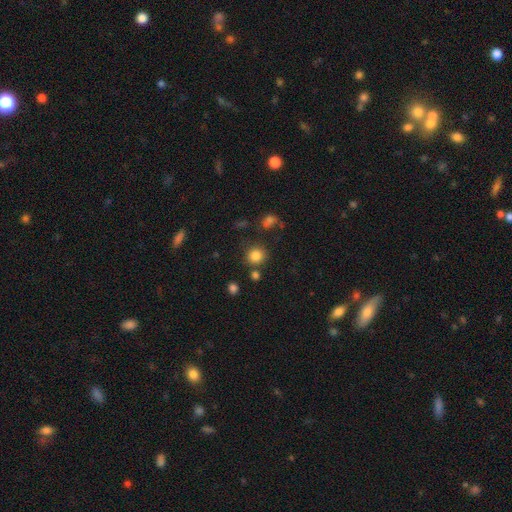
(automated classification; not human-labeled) Q: Smooth or featured?
A: smooth (83%); runner-up: star or artifact (12%)
Q: How rounded?
A: round (88%); runner-up: in between (11%)
Q: Merging?
A: none (77%); runner-up: minor disturbance (10%)